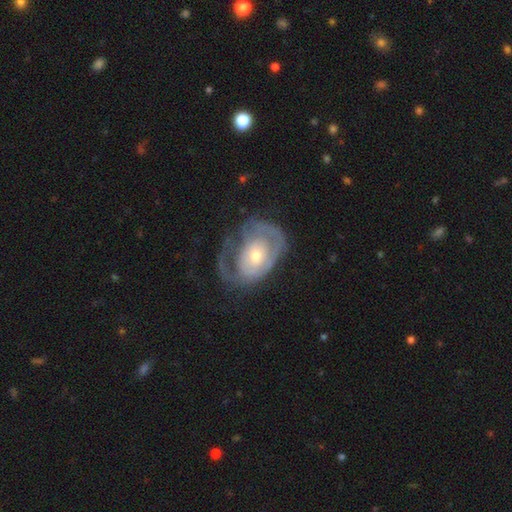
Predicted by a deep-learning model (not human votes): This is likely a featured or disk galaxy (72%). It is clearly not viewed edge-on (95%). Bar: likely no (76%). Spiral arm pattern: likely yes (70%). Central bulge: possibly moderate (49%). Merging: marginally none (39%).